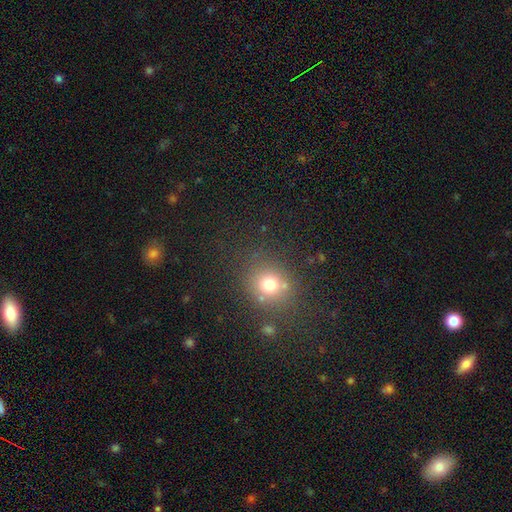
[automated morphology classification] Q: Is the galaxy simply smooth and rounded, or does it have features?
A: smooth — 61%.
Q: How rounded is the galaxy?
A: round — 74%.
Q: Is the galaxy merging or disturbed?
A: none — 83%.